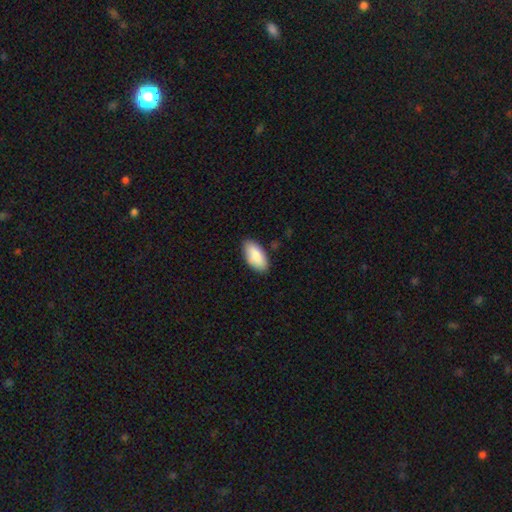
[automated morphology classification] This is clearly a smooth galaxy (87%). How rounded: clearly in between (92%). Merging: clearly none (85%).